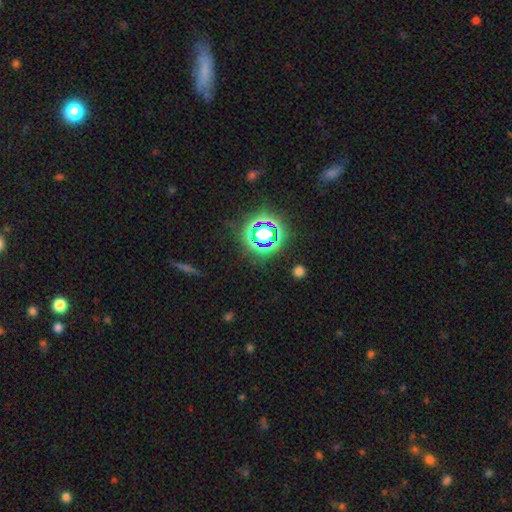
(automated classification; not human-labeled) star or artifact 72%, smooth 20%, featured or disk 8%.